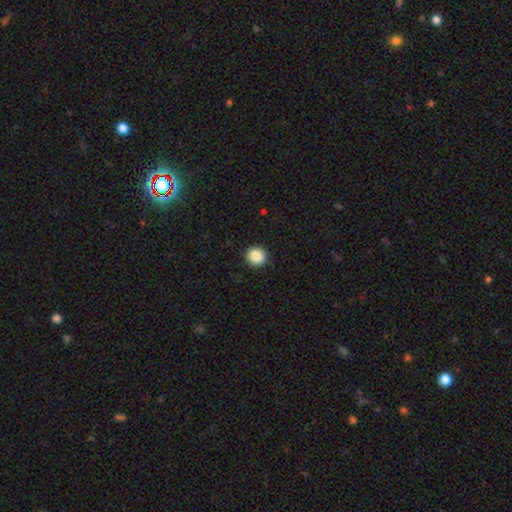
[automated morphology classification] Smooth or featured? Predicted: smooth (p=0.87). How rounded? Predicted: round (p=0.93). Merging? Predicted: none (p=0.93).